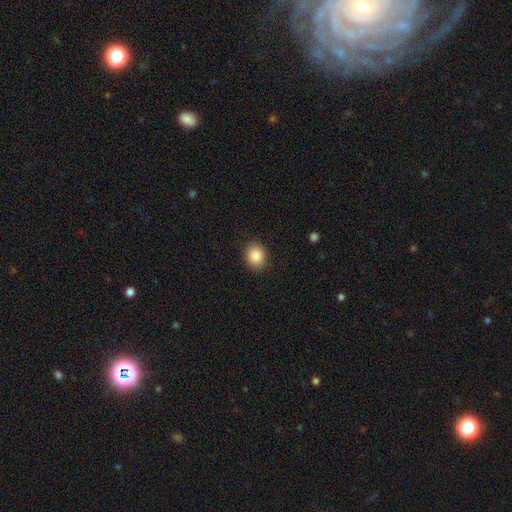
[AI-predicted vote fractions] This appears to be a smooth galaxy with no disk features (88%) that is round (64%). Merging: none (88%).